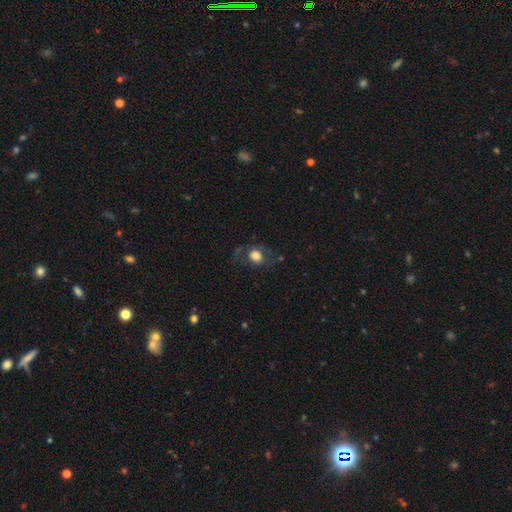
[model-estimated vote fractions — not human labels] smooth 67%, featured or disk 24%, star or artifact 10%. Down the decision tree: how rounded — round (58%); merging — none (66%).